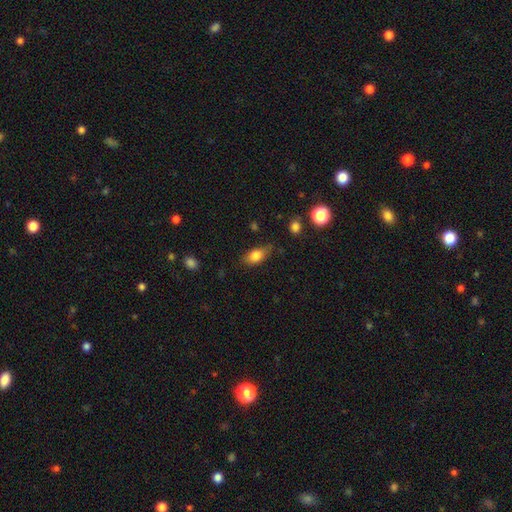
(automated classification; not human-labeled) smooth-or-featured: smooth: 78% | featured or disk: 13% | star or artifact: 8%
  how-rounded: in between: 82% | round: 10% | cigar-shaped: 8%
  merging: none: 66% | minor disturbance: 25% | major disturbance: 6% | merger: 2%